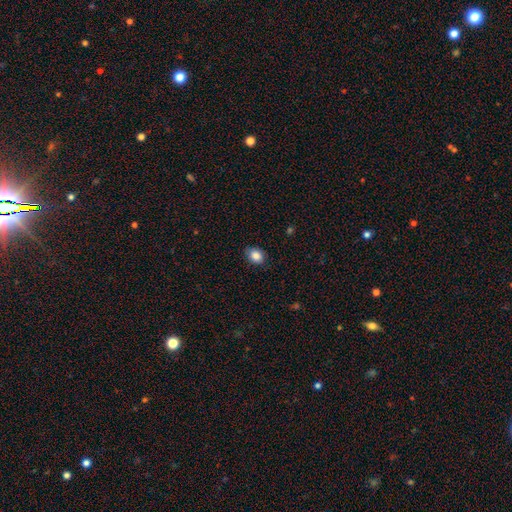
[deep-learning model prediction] Overall: smooth (86%). How rounded: in between (66%; round 33%). Merging: none (84%).